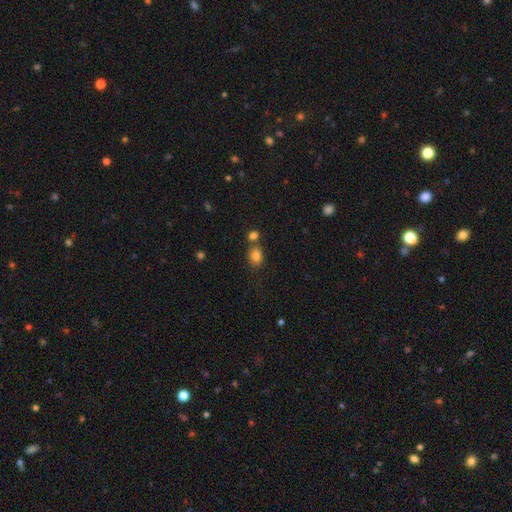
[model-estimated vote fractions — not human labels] smooth-or-featured: smooth: 83% | star or artifact: 11% | featured or disk: 6%
  how-rounded: in between: 54% | round: 45% | cigar-shaped: 1%
  merging: none: 63% | merger: 23% | minor disturbance: 11% | major disturbance: 3%